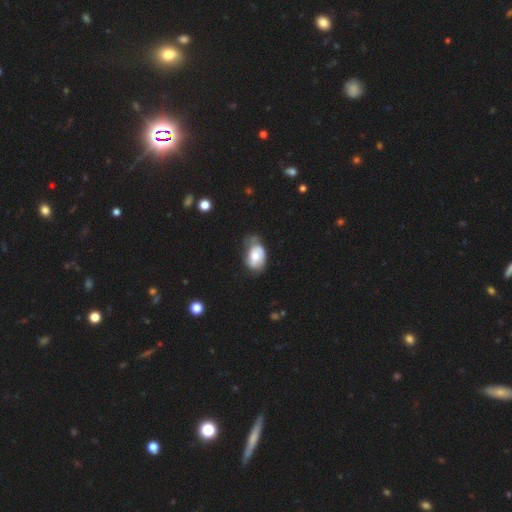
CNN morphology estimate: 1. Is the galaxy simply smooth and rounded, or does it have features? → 48% smooth, 45% featured or disk, 7% star or artifact.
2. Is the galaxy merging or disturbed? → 39% minor disturbance, 38% none, 20% major disturbance, 3% merger.